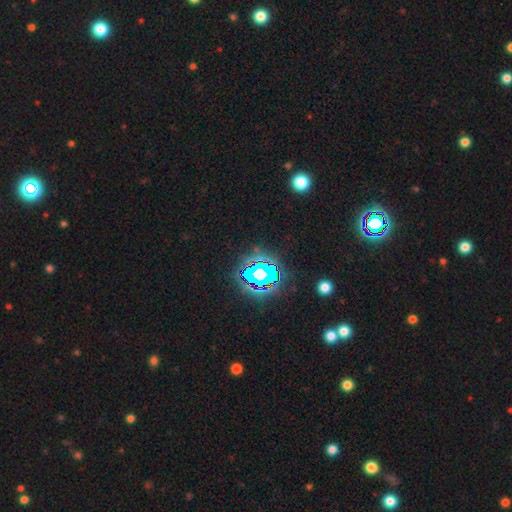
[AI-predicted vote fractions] Smooth or featured: star or artifact — 82% (smooth — 11%)